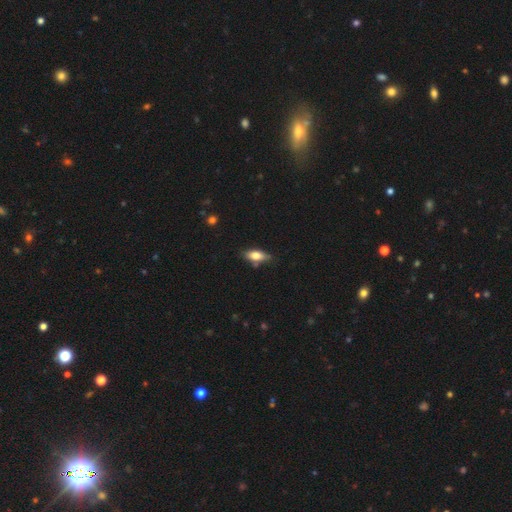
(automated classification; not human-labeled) A smooth galaxy with no disk features (70%) that is in between round and cigar-shaped (78%). Merging: none (75%).